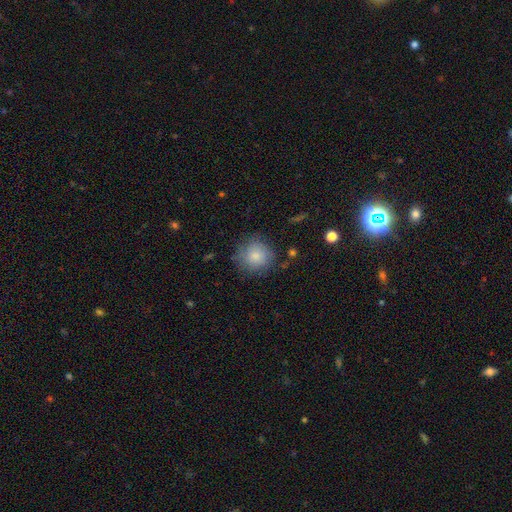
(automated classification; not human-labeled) A smooth galaxy with no disk features (83%) that is round (91%).

Vote fractions:
- Smooth or featured? smooth: 83% / featured or disk: 9% / star or artifact: 8%
- How rounded? round: 91% / in between: 8% / cigar-shaped: 1%
- Merging? none: 77% / minor disturbance: 17% / major disturbance: 5% / merger: 2%